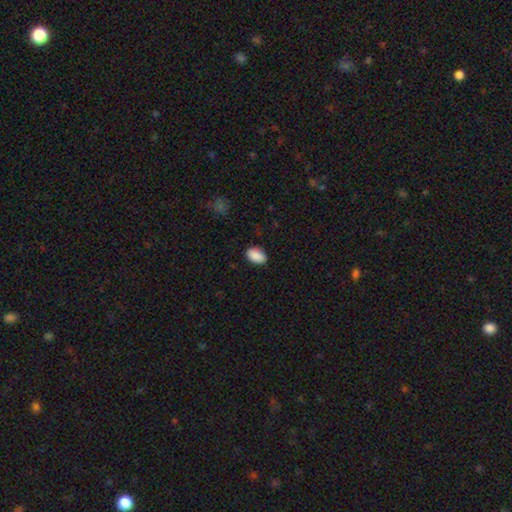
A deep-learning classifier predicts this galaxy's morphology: Overall: smooth (90%). How rounded: in between (90%). Merging: none (86%).